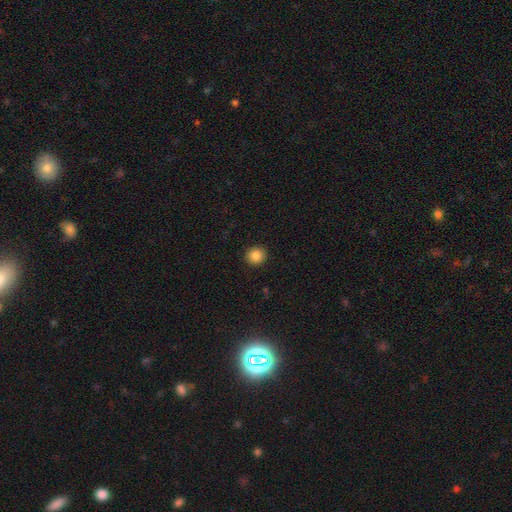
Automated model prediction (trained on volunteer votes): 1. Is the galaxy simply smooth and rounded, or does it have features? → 85% smooth, 10% star or artifact, 5% featured or disk.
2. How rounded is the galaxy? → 90% round, 9% in between, 1% cigar-shaped.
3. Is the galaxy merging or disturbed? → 92% none, 5% minor disturbance, 2% major disturbance, 1% merger.